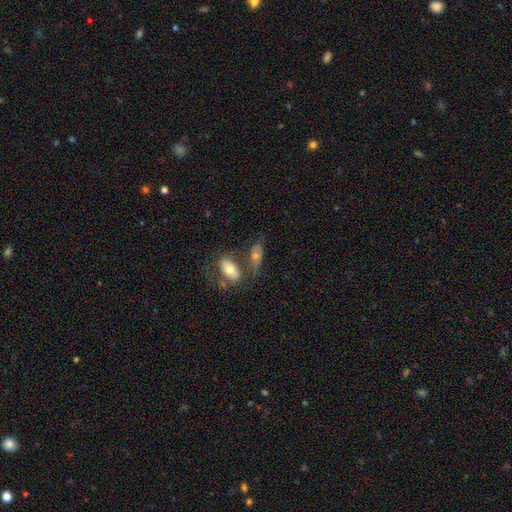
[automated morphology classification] A smooth galaxy with no disk features (57%) that is in between round and cigar-shaped (81%). Merging: none (44%).